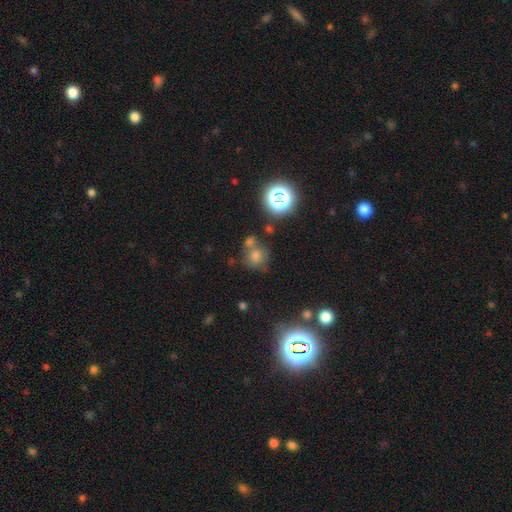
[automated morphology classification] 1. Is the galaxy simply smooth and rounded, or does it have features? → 65% smooth, 23% star or artifact, 12% featured or disk.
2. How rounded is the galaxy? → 84% round, 15% in between, 1% cigar-shaped.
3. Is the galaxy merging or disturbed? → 54% none, 28% merger, 13% minor disturbance, 6% major disturbance.